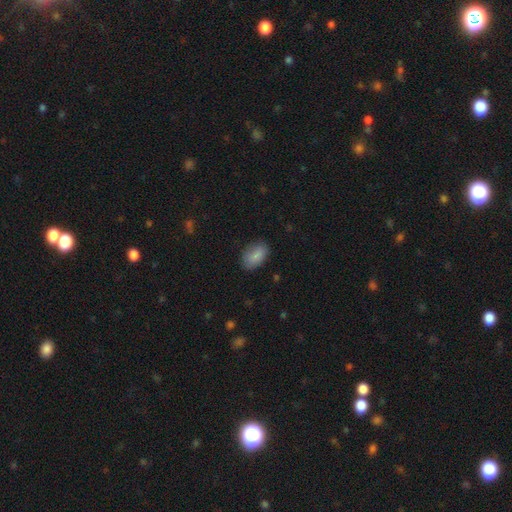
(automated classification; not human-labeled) smooth 85%, featured or disk 7%, star or artifact 7%. Down the decision tree: how rounded — in between (91%); merging — none (78%).